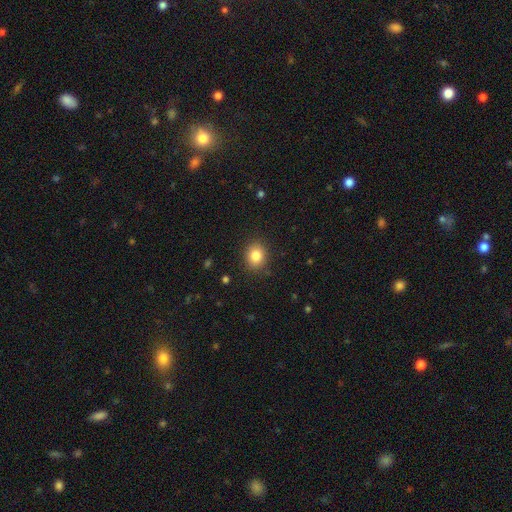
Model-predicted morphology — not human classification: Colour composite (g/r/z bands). It shows a smooth galaxy with no disk features (83%) that is round (61%). Merging: none (87%).